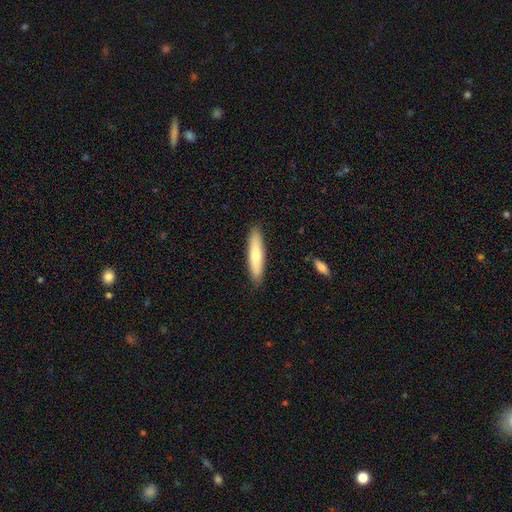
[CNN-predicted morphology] smooth_or_featured: smooth (p=0.67) [alt: featured or disk p=0.28]
how_rounded: cigar-shaped (p=0.80) [alt: in between p=0.19]
merging: none (p=0.89) [alt: minor disturbance p=0.09]